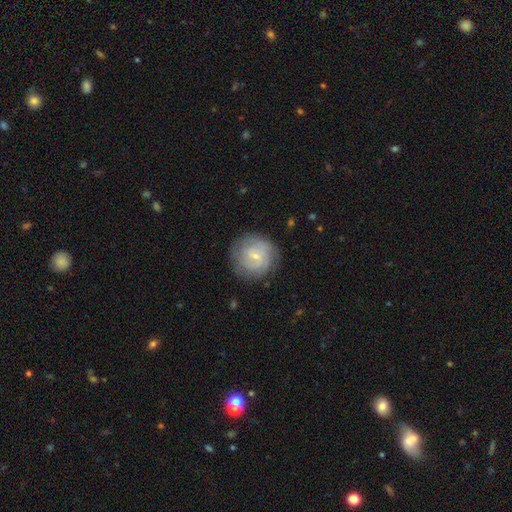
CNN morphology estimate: Smooth or featured?
  - featured or disk: 72% *
  - smooth: 21%
  - star or artifact: 7%
Edge-on disk?
  - no: 98% *
  - yes: 2%
Bar?
  - weak: 51% *
  - no: 40%
  - strong: 9%
Spiral arms?
  - yes: 93% *
  - no: 7%
Spiral winding?
  - tight: 66% *
  - medium: 27%
  - loose: 6%
Spiral arm count?
  - can't tell: 35% *
  - 2: 25%
  - 3: 19%
  - 4: 10%
  - 1: 5%
  - more than 4: 5%
Bulge size?
  - small: 78% *
  - moderate: 17%
  - none: 3%
  - large: 1%
  - dominant: 1%
Merging?
  - none: 82% *
  - minor disturbance: 12%
  - major disturbance: 4%
  - merger: 1%